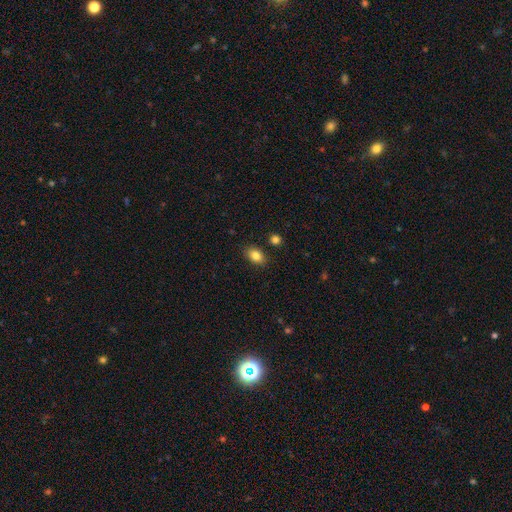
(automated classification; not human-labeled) Smooth or featured? Predicted: smooth (p=0.85). How rounded? Predicted: in between (p=0.82). Merging? Predicted: none (p=0.85).